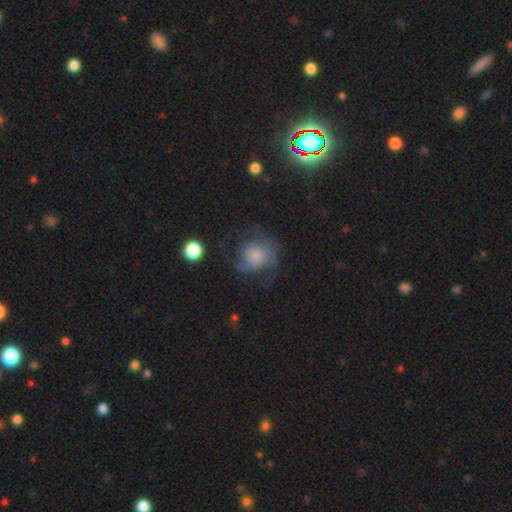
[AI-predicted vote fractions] A featured or disk galaxy (52%) with no bar (82%), spiral arms (80%) and a small central bulge (33%). Merging: none (48%).